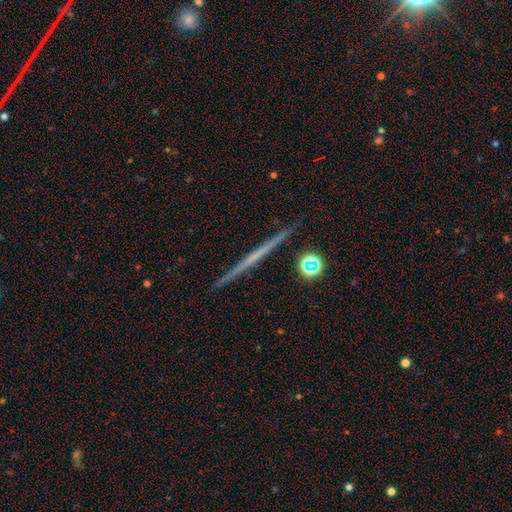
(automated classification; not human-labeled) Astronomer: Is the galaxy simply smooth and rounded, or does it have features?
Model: featured or disk — 63%.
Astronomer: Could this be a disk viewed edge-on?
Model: yes — 98%.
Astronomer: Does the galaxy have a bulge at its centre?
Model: none — 85%.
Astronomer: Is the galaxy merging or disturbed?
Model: none — 92%.